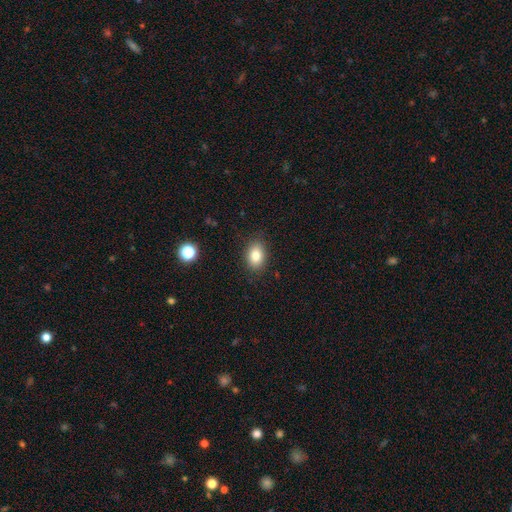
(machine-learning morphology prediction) smooth-or-featured: smooth: 82% | star or artifact: 10% | featured or disk: 8%
  how-rounded: in between: 77% | round: 21% | cigar-shaped: 1%
  merging: none: 86% | minor disturbance: 10% | major disturbance: 3% | merger: 1%